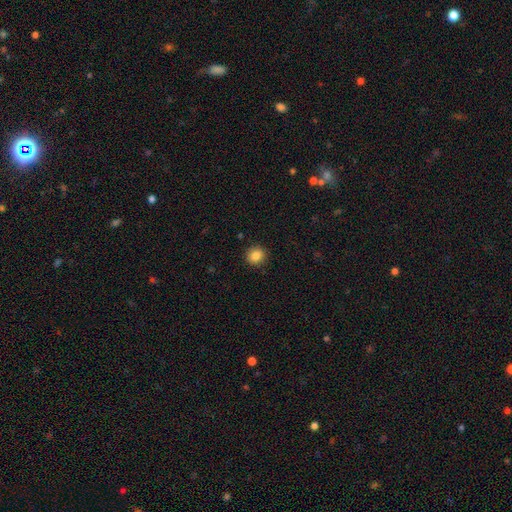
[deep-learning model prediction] Smooth or featured?
  - smooth: 85% *
  - star or artifact: 10%
  - featured or disk: 5%
How rounded?
  - round: 88% *
  - in between: 11%
  - cigar-shaped: 1%
Merging?
  - none: 91% *
  - minor disturbance: 6%
  - major disturbance: 2%
  - merger: 1%